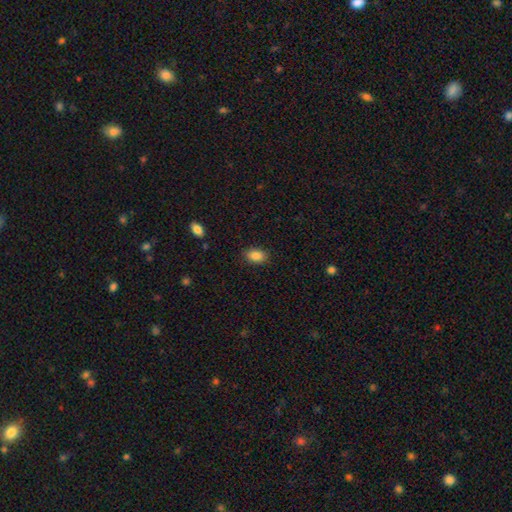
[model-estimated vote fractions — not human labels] Morphology: type=smooth (88%); roundness=in between (86%); merging=none (86%).